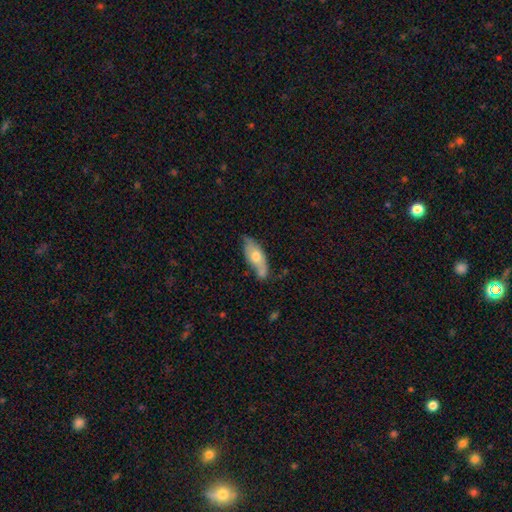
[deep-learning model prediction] The model was most divided on "smooth or featured": smooth: 49%, featured or disk: 43%, star or artifact: 7%. More confident: merging — none (62%).